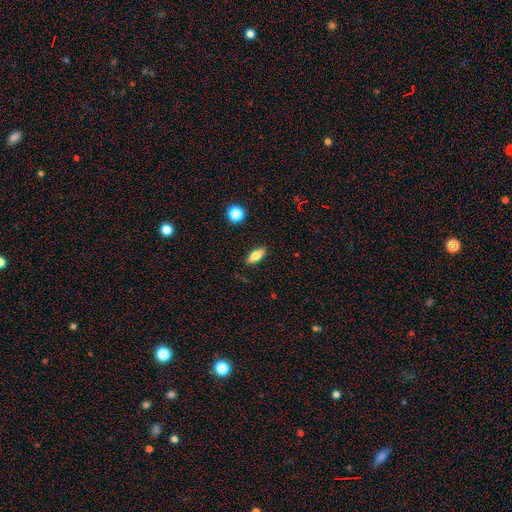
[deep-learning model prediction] smooth_or_featured: smooth (p=0.76) [alt: featured or disk p=0.16]
how_rounded: in between (p=0.80) [alt: cigar-shaped p=0.16]
merging: none (p=0.87) [alt: minor disturbance p=0.09]